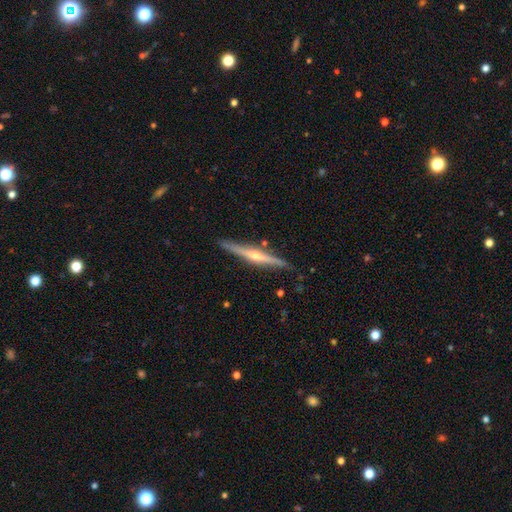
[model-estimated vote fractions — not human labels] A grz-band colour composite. It shows a featured or disk galaxy (76%) viewed edge-on (97%) with a rounded central bulge (83%). Merging: none (86%).